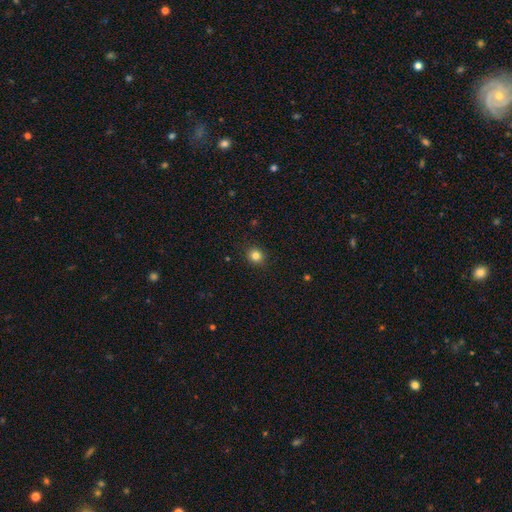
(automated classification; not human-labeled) This appears to be a smooth galaxy with no disk features (83%) that is round (81%). Merging: none (91%).